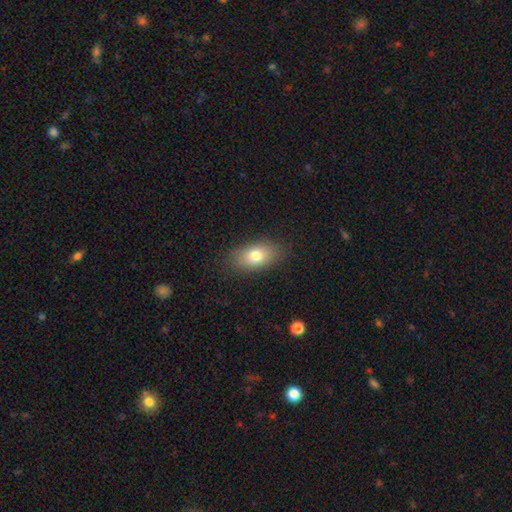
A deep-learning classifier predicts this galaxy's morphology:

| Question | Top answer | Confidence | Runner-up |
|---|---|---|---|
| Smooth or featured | smooth | 76% | featured or disk (15%) |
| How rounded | in between | 88% | round (9%) |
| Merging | none | 86% | minor disturbance (10%) |